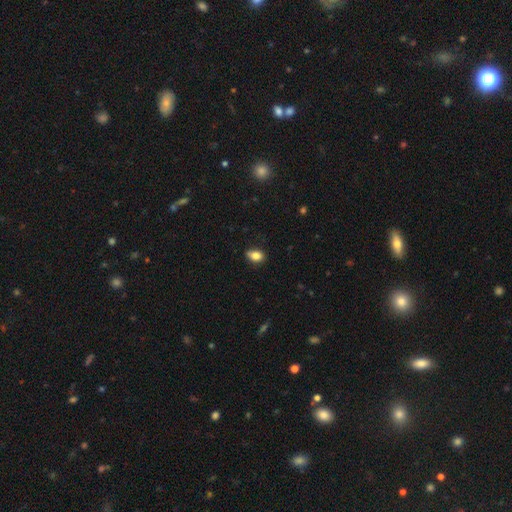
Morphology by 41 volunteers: Overall: smooth (83%). How rounded: in between (76%). Merging: none (50%; minor disturbance 39%).